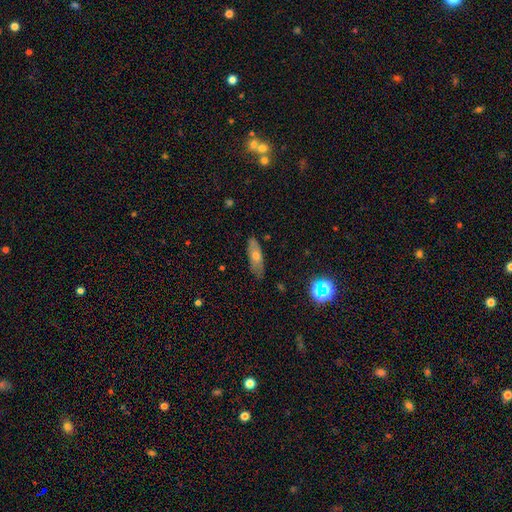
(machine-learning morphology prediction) A smooth galaxy with no disk features (53%) that is in between round and cigar-shaped (53%).

Vote fractions:
- Smooth or featured? smooth: 53% / featured or disk: 36% / star or artifact: 10%
- How rounded? in between: 53% / cigar-shaped: 43% / round: 4%
- Merging? none: 81% / minor disturbance: 15% / major disturbance: 3% / merger: 1%